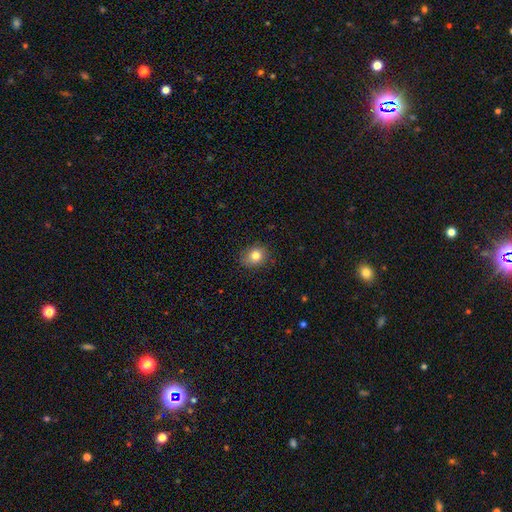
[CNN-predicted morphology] smooth 81%, star or artifact 11%, featured or disk 8%. Down the decision tree: how rounded — round (62%); merging — none (84%).